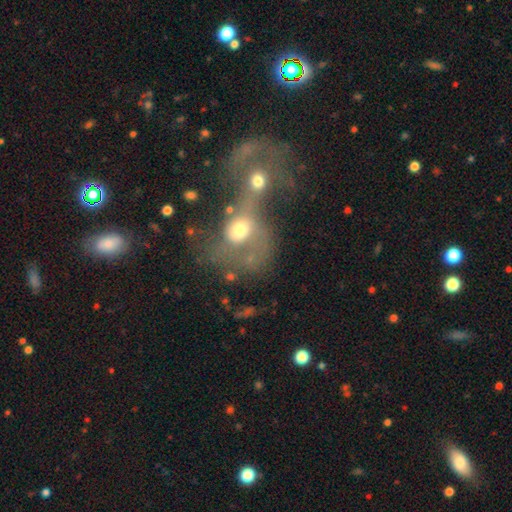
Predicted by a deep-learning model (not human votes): Smooth or featured? featured or disk (50%)
Merging? merger (77%)